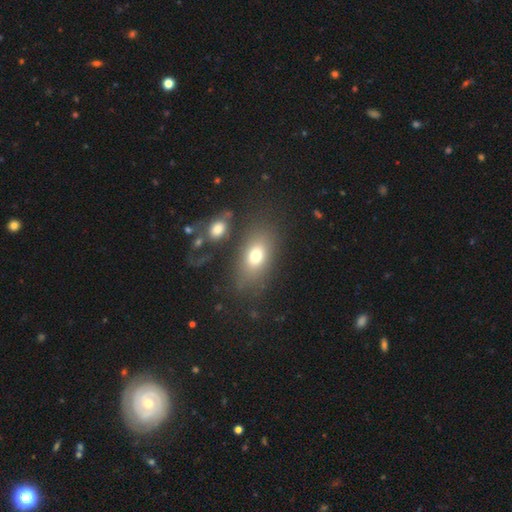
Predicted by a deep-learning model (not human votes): This is likely a smooth galaxy (71%). How rounded: clearly in between (81%). Merging: likely none (72%).